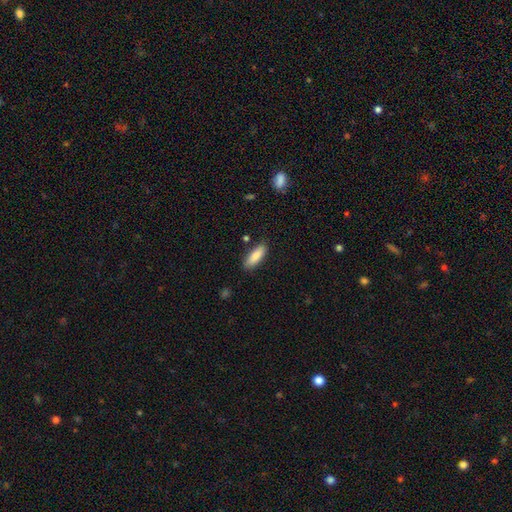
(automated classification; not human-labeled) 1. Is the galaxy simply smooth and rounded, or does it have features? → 84% smooth, 10% featured or disk, 6% star or artifact.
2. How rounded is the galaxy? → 61% in between, 38% cigar-shaped, 2% round.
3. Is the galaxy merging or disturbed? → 85% none, 11% minor disturbance, 2% major disturbance, 2% merger.